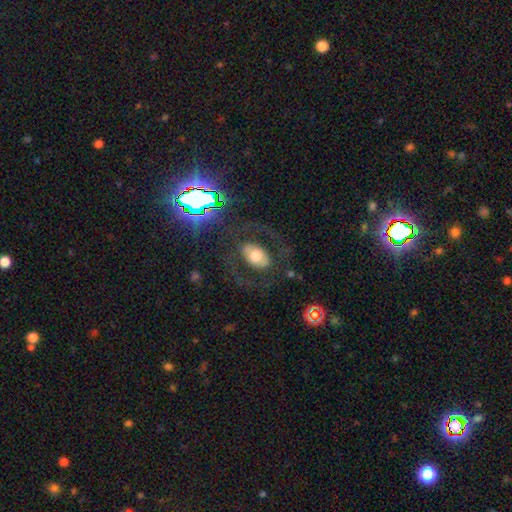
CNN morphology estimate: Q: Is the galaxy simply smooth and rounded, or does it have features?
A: featured or disk — 52%.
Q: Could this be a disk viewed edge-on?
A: no — 93%.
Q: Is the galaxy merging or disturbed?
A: none — 70%.